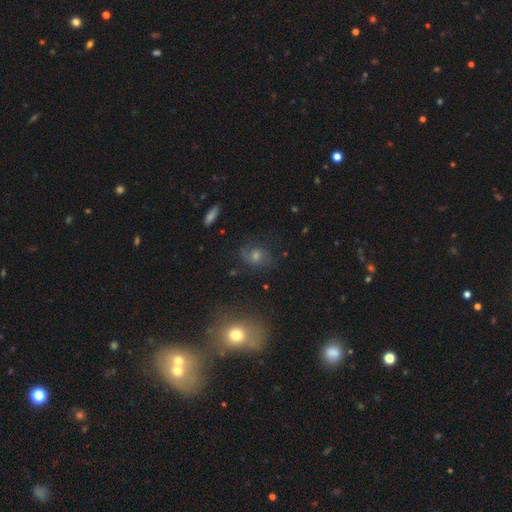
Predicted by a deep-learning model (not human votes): This appears to be a featured or disk galaxy (37%, tied with smooth). Merging: none (73%).